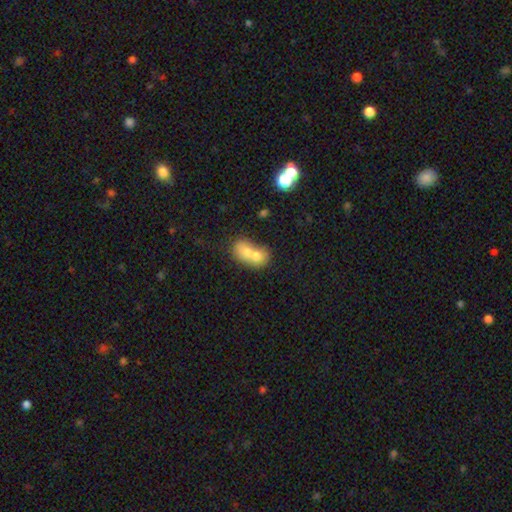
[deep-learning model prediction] Smooth or featured? Predicted: smooth (p=0.66). How rounded? Predicted: in between (p=0.56). Merging? Predicted: merger (p=0.76).